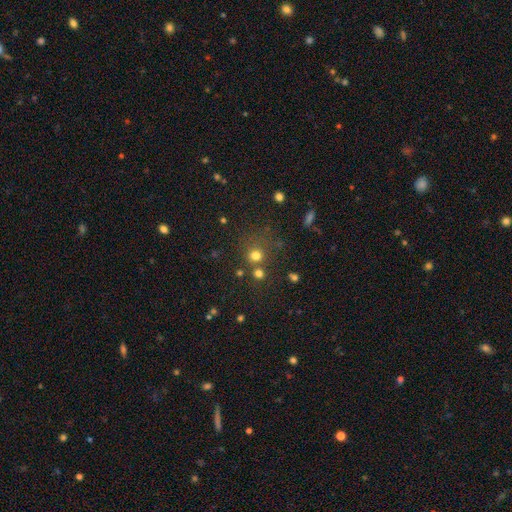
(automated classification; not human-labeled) The model was most divided on "merging": none: 65%, merger: 19%, minor disturbance: 10%, major disturbance: 6%. More confident: how rounded — round (86%); smooth or featured — smooth (73%).